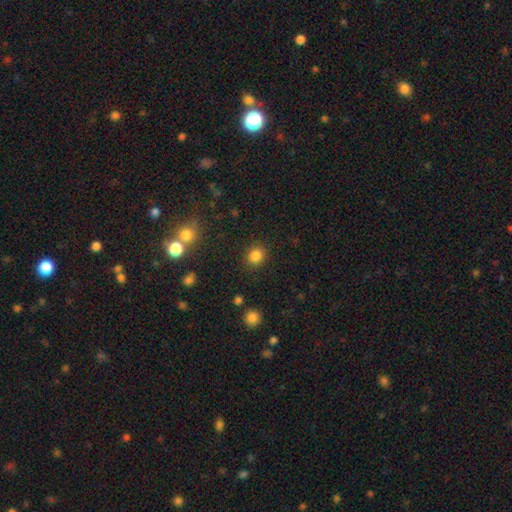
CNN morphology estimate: This appears to be a smooth galaxy with no disk features (83%) that is round (74%). Merging: none (87%).